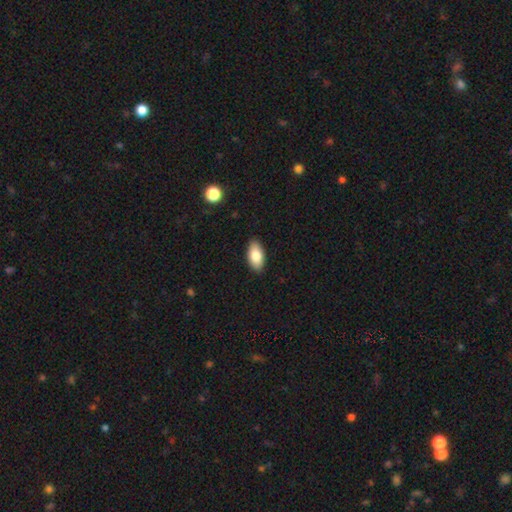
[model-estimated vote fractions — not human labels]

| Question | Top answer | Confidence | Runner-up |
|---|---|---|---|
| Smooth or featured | smooth | 83% | featured or disk (11%) |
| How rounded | in between | 93% | cigar-shaped (4%) |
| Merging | none | 89% | minor disturbance (8%) |